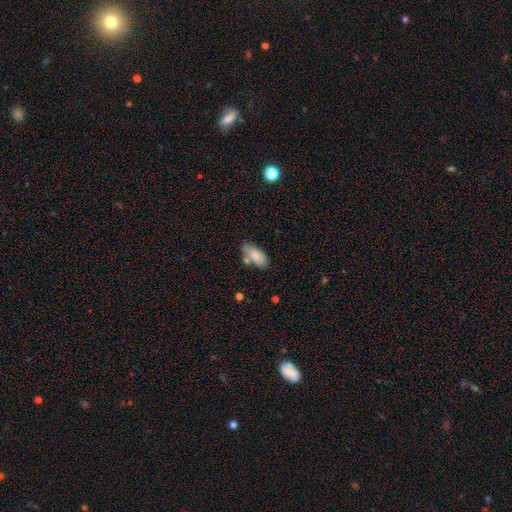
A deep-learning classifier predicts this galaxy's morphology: smooth_or_featured: smooth (p=0.81) [alt: featured or disk p=0.12]
how_rounded: in between (p=0.88) [alt: cigar-shaped p=0.10]
merging: none (p=0.63) [alt: minor disturbance p=0.20]